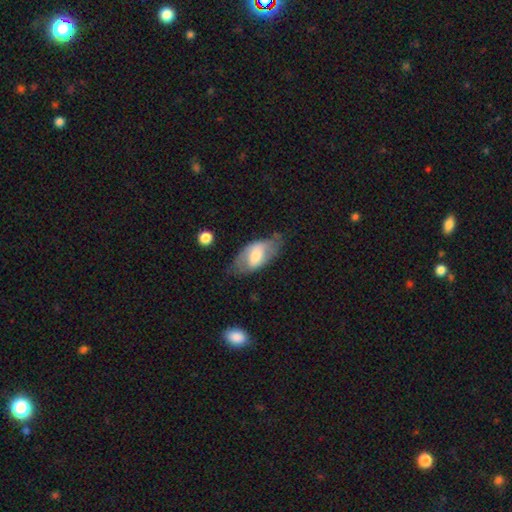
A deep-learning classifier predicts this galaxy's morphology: This is possibly a smooth galaxy (49%). Merging: possibly none (58%).